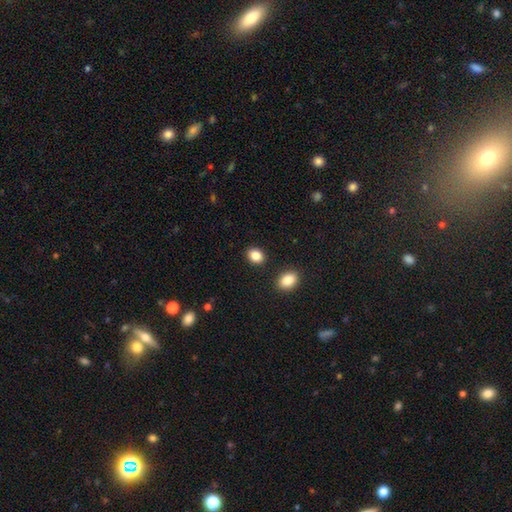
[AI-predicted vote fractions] This appears to be a smooth galaxy with no disk features (86%) that is round (51%). Merging: none (87%).